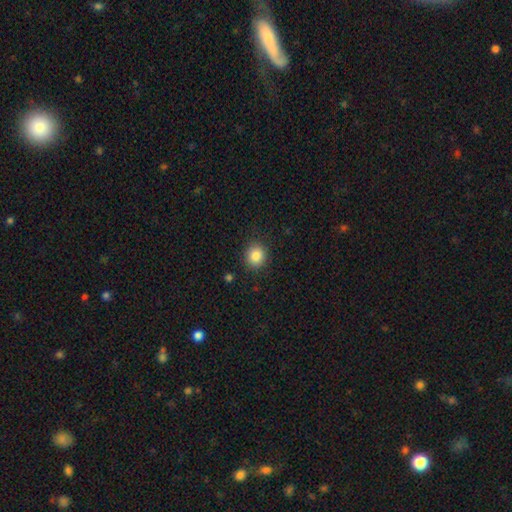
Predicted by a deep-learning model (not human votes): Q: Smooth or featured?
A: smooth (85%); runner-up: star or artifact (10%)
Q: How rounded?
A: round (87%); runner-up: in between (12%)
Q: Merging?
A: none (89%); runner-up: minor disturbance (8%)